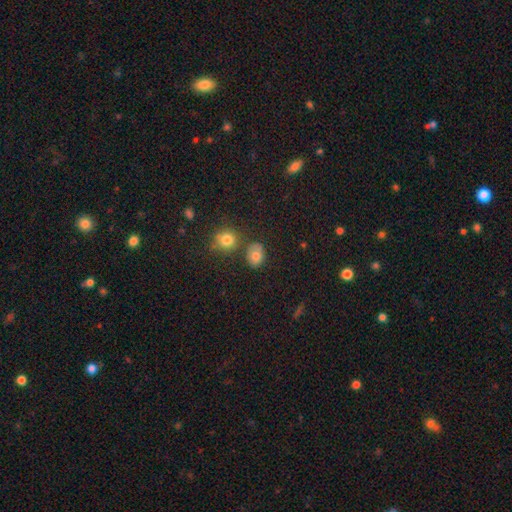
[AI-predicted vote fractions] A smooth galaxy with no disk features (79%) that is in between round and cigar-shaped (55%). Merging: none (69%).